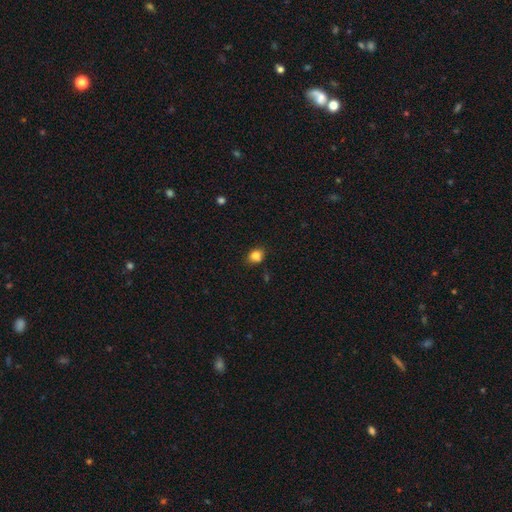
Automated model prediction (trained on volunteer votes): Smooth or featured? smooth (83%)
How rounded? round (54%)
Merging? none (77%)